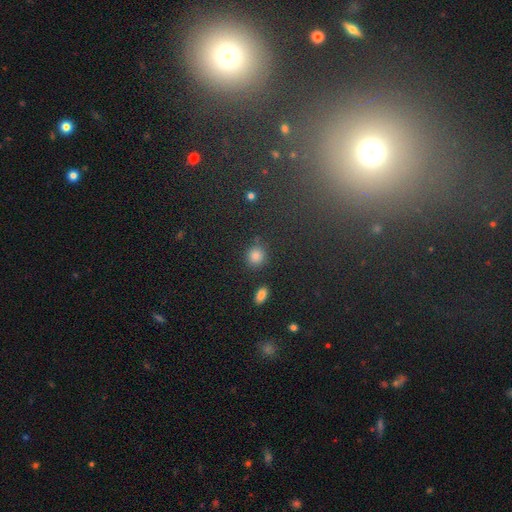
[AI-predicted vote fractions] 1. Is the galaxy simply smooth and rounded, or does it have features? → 80% smooth, 15% star or artifact, 5% featured or disk.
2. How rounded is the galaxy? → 85% round, 14% in between, 1% cigar-shaped.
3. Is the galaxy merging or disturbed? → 83% none, 9% minor disturbance, 5% merger, 3% major disturbance.